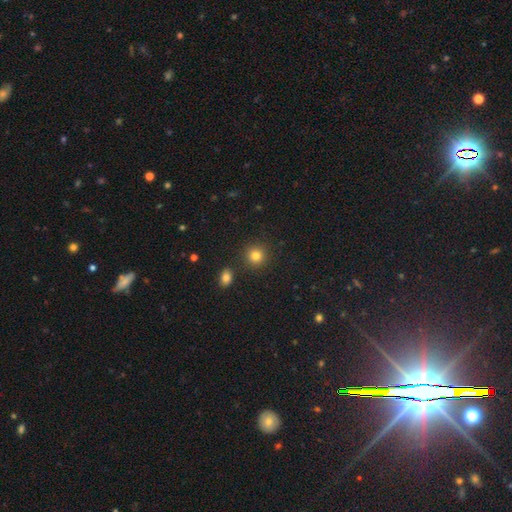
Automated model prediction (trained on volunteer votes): A smooth galaxy with no disk features (82%) that is round (91%).

Vote fractions:
- Smooth or featured? smooth: 82% / star or artifact: 12% / featured or disk: 6%
- How rounded? round: 91% / in between: 8% / cigar-shaped: 1%
- Merging? none: 88% / minor disturbance: 6% / merger: 4% / major disturbance: 2%